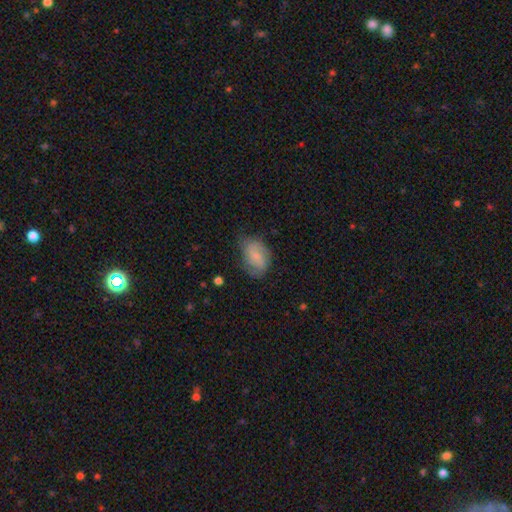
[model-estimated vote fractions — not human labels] The model was most divided on "smooth or featured": smooth: 56%, featured or disk: 37%, star or artifact: 8%. More confident: how rounded — in between (80%); merging — none (59%).